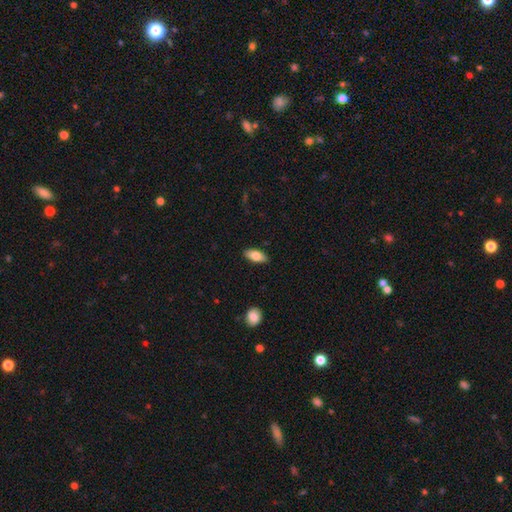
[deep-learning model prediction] Overall: smooth (78%). How rounded: in between (88%). Merging: none (88%).